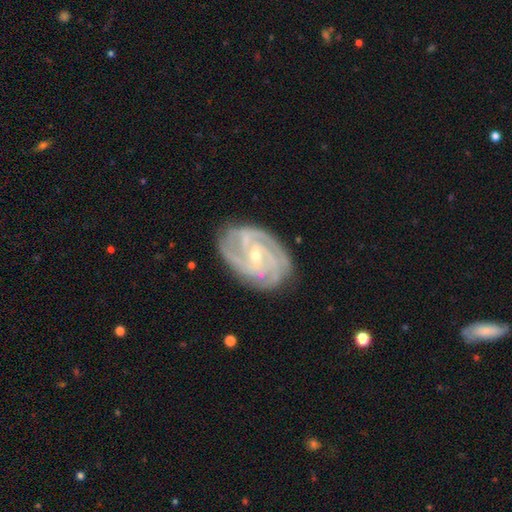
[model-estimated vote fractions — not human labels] This is clearly a featured or disk galaxy (90%). It is clearly not viewed edge-on (97%). Bar: marginally weak (43%). Spiral arm pattern: clearly yes (98%). Spiral arm count: marginally 3 (33%). Spiral winding: likely tight (65%). Central bulge: likely small (69%). Merging: likely none (80%).